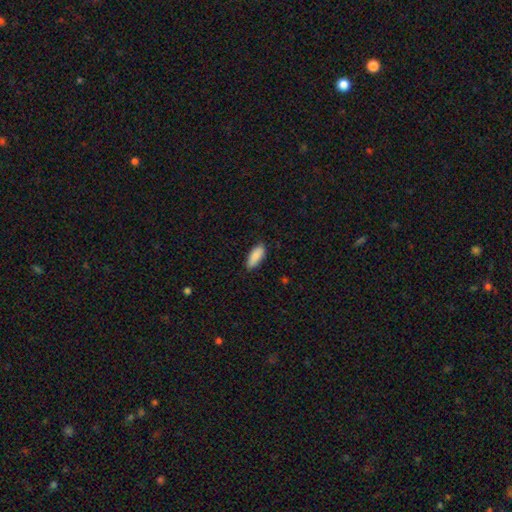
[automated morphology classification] type=smooth (88%); roundness=in between (76%); merging=none (84%).